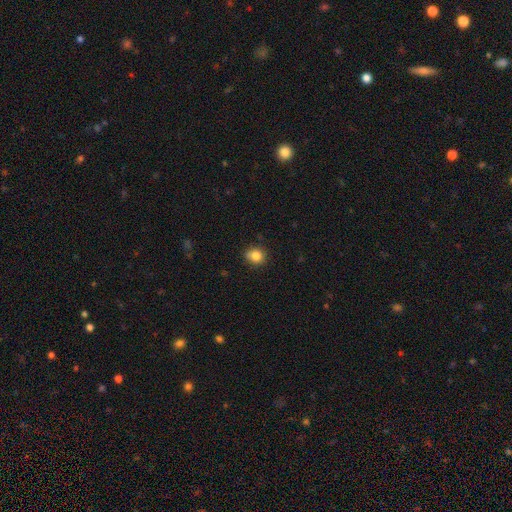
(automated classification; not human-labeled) smooth 84%, star or artifact 10%, featured or disk 5%. Down the decision tree: how rounded — round (73%); merging — none (83%).